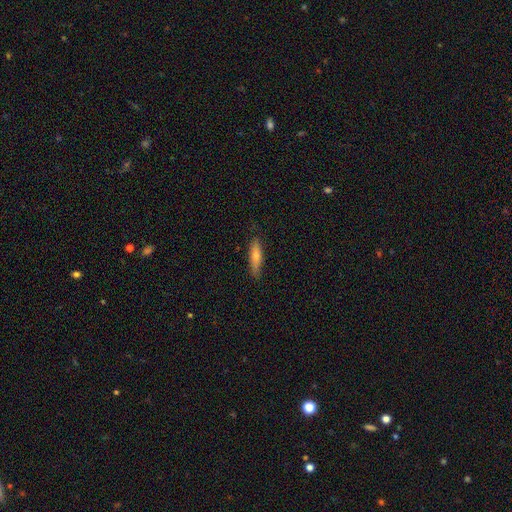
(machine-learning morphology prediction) smooth_or_featured: smooth (p=0.62) [alt: featured or disk p=0.31]
how_rounded: cigar-shaped (p=0.78) [alt: in between p=0.20]
merging: none (p=0.84) [alt: minor disturbance p=0.13]